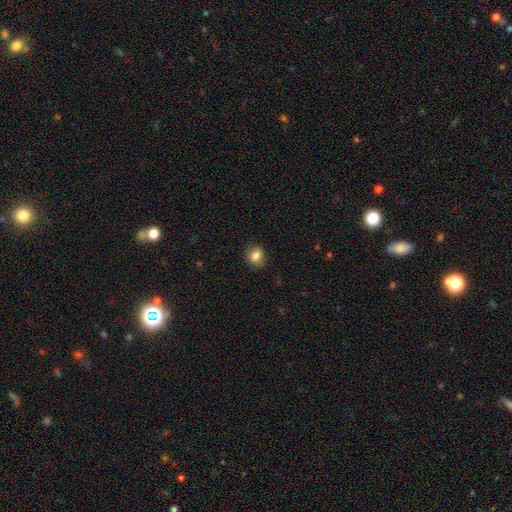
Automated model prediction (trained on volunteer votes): Morphology: type=smooth (85%); roundness=round (59%); merging=none (85%).